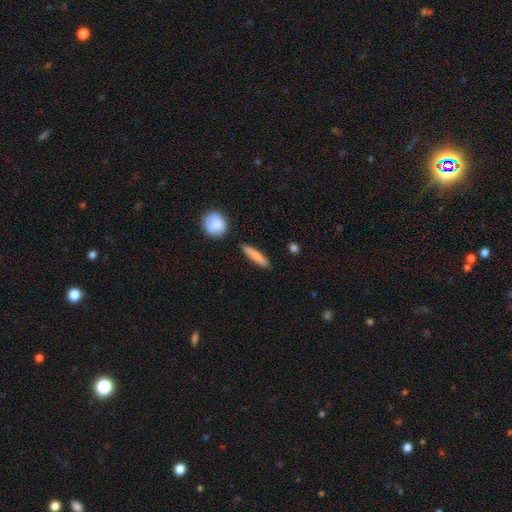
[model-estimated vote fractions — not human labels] Smooth or featured? Predicted: smooth (p=0.77). How rounded? Predicted: cigar-shaped (p=0.84). Merging? Predicted: none (p=0.86).